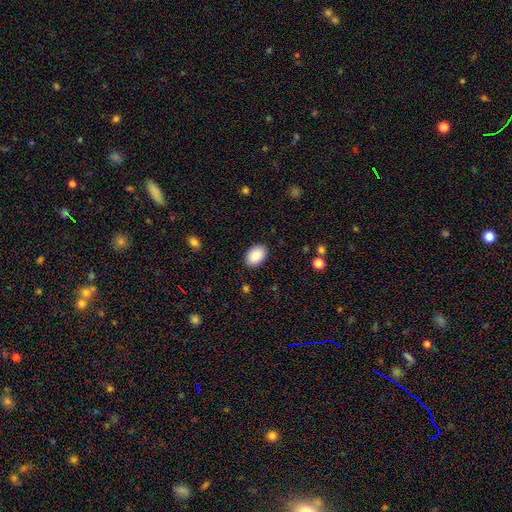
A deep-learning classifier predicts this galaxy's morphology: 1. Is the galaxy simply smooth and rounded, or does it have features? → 88% smooth, 7% star or artifact, 5% featured or disk.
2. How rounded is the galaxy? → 86% in between, 13% round, 1% cigar-shaped.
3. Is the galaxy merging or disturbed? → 88% none, 9% minor disturbance, 2% major disturbance, 1% merger.